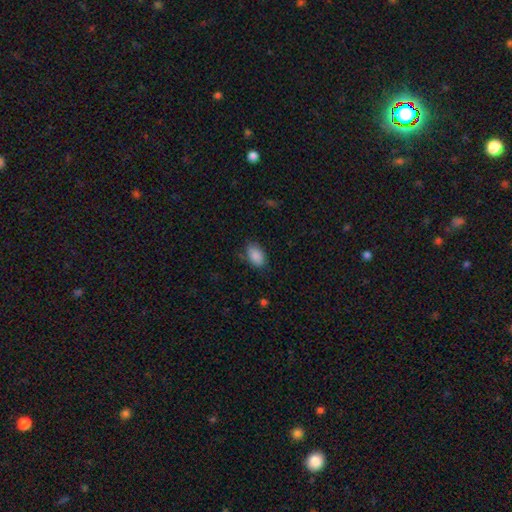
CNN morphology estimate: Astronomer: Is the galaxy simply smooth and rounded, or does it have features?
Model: smooth — 88%.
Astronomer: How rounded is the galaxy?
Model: in between — 90%.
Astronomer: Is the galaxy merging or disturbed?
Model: none — 74%.